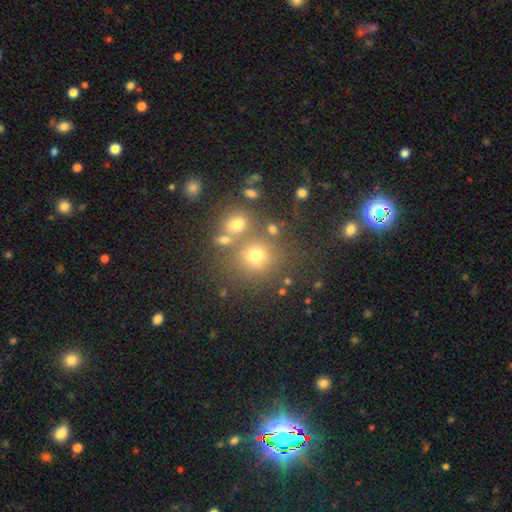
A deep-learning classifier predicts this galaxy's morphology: smooth_or_featured: smooth (p=0.68) [alt: star or artifact p=0.21]
how_rounded: round (p=0.85) [alt: in between p=0.13]
merging: none (p=0.66) [alt: merger p=0.19]